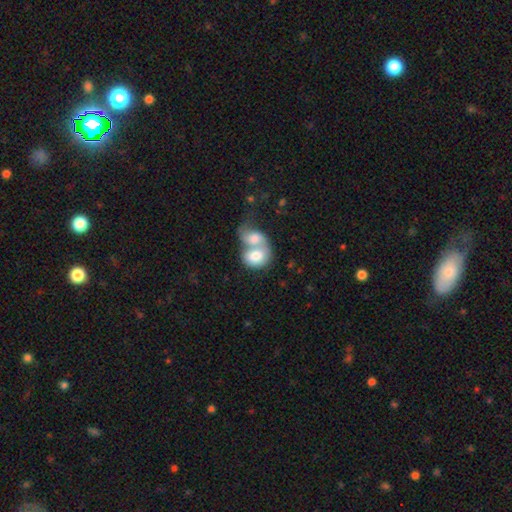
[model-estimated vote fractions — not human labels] Smooth or featured? Predicted: smooth (p=0.69). How rounded? Predicted: in between (p=0.60). Merging? Predicted: merger (p=0.82).